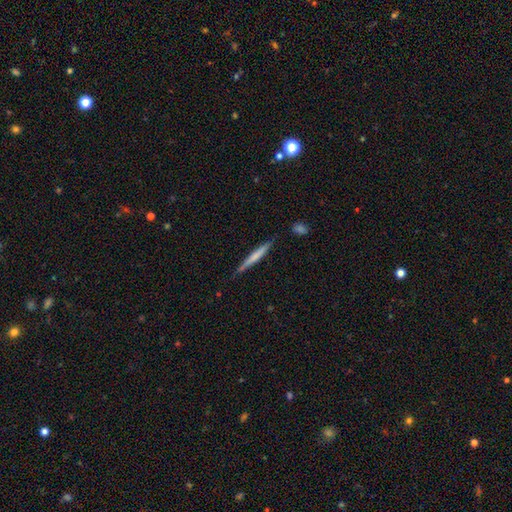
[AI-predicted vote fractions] A smooth galaxy with no disk features (54%) that is cigar-shaped (96%).

Vote fractions:
- Smooth or featured? smooth: 54% / featured or disk: 41% / star or artifact: 5%
- How rounded? cigar-shaped: 96% / in between: 3% / round: 1%
- Merging? none: 81% / minor disturbance: 14% / major disturbance: 2% / merger: 2%